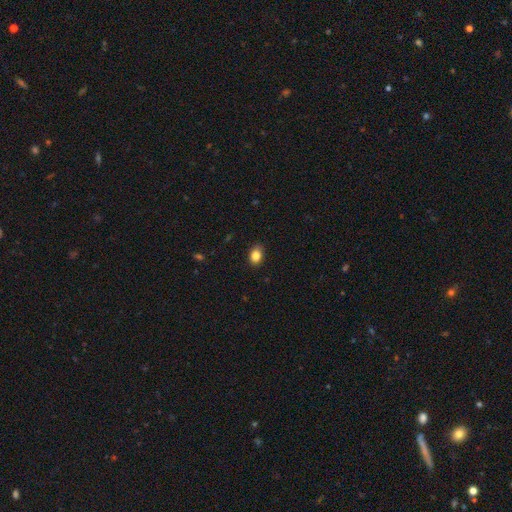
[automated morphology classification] smooth 86%, star or artifact 9%, featured or disk 5%. Down the decision tree: how rounded — in between (74%); merging — none (85%).